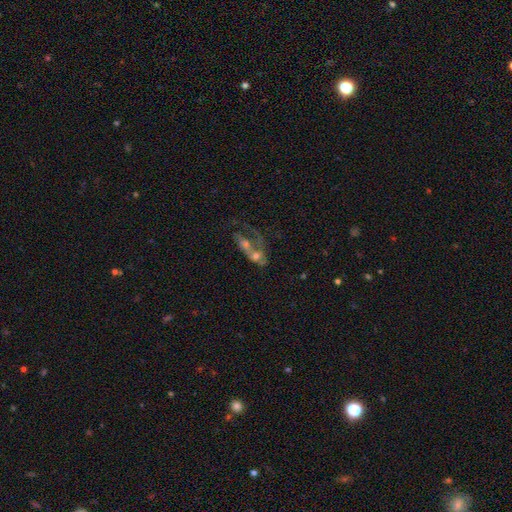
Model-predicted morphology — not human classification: Smooth or featured?
  - featured or disk: 54% *
  - smooth: 34%
  - star or artifact: 12%
Edge-on disk?
  - no: 90% *
  - yes: 10%
Merging?
  - merger: 65% *
  - major disturbance: 16%
  - none: 12%
  - minor disturbance: 6%